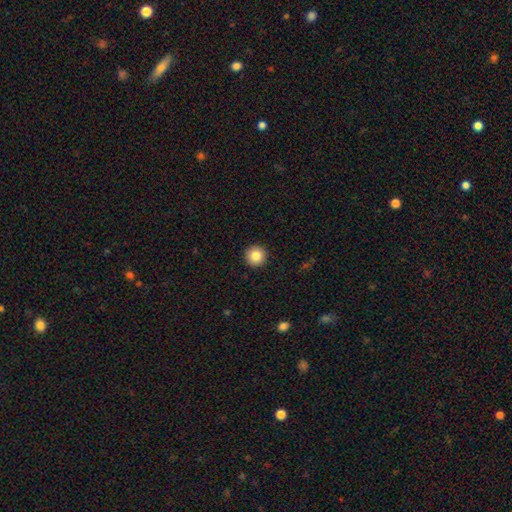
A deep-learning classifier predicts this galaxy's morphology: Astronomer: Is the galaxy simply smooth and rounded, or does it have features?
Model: smooth — 85%.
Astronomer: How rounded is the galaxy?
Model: round — 96%.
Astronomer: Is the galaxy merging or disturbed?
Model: none — 93%.